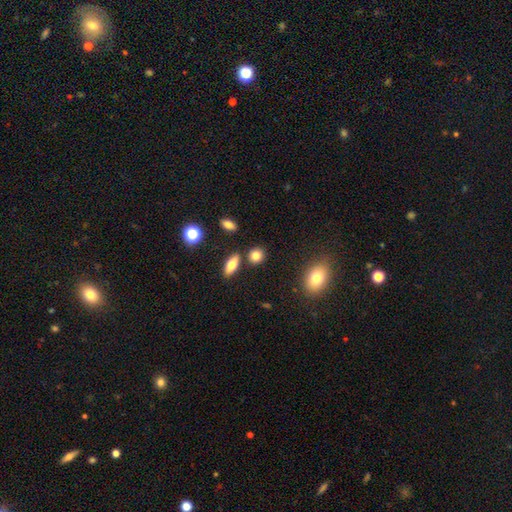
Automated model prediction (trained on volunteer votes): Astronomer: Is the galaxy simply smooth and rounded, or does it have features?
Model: smooth — 81%.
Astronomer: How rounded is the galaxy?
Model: round — 72%.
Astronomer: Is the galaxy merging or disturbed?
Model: none — 82%.